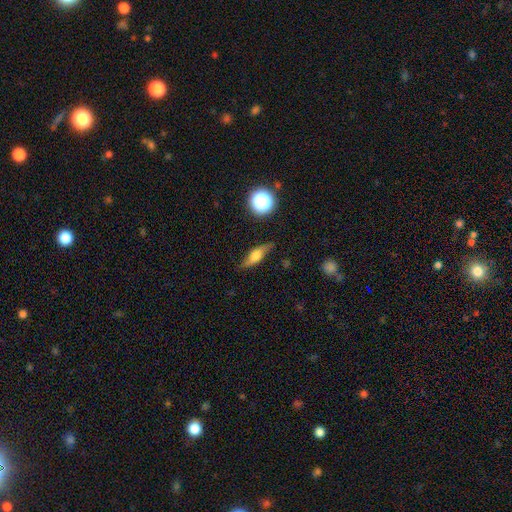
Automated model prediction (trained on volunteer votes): featured or disk 48%, smooth 44%, star or artifact 9%. Down the decision tree: merging — none (80%).